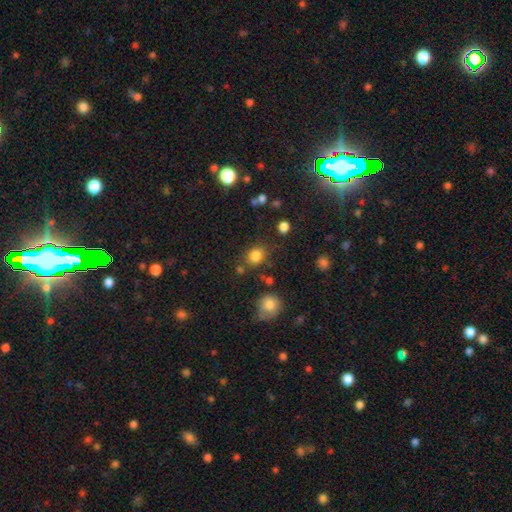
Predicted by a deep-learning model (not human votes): Q: Smooth or featured?
A: smooth (82%); runner-up: star or artifact (13%)
Q: How rounded?
A: round (65%); runner-up: in between (34%)
Q: Merging?
A: none (71%); runner-up: minor disturbance (15%)